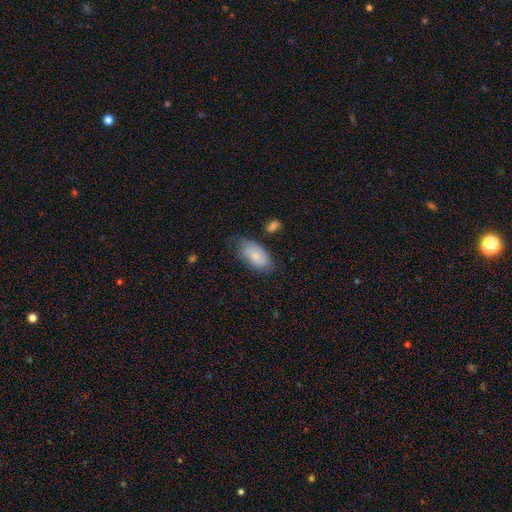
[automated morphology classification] This appears to be a smooth galaxy with no disk features (74%) that is in between round and cigar-shaped (93%). Merging: none (55%).